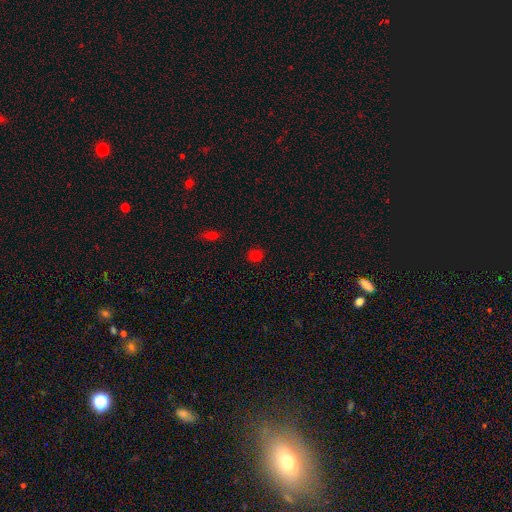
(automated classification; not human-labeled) smooth_or_featured: smooth (p=0.77) [alt: star or artifact p=0.18]
how_rounded: round (p=0.80) [alt: in between p=0.19]
merging: none (p=0.87) [alt: minor disturbance p=0.09]